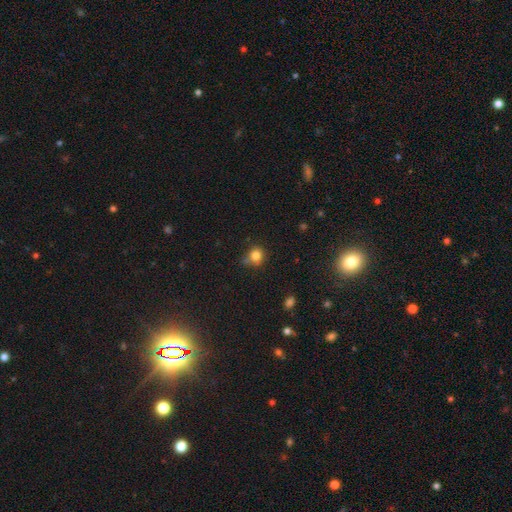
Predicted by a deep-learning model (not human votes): The model was most divided on "merging": none: 61%, minor disturbance: 27%, major disturbance: 7%, merger: 5%. More confident: how rounded — round (83%); smooth or featured — smooth (80%).